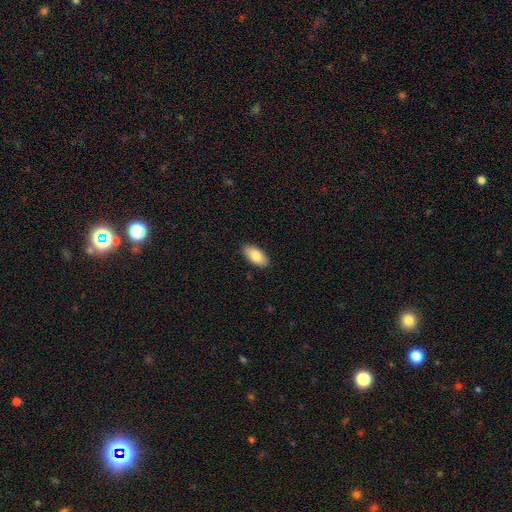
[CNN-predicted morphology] A smooth galaxy with no disk features (83%) that is in between round and cigar-shaped (93%). Merging: none (89%).